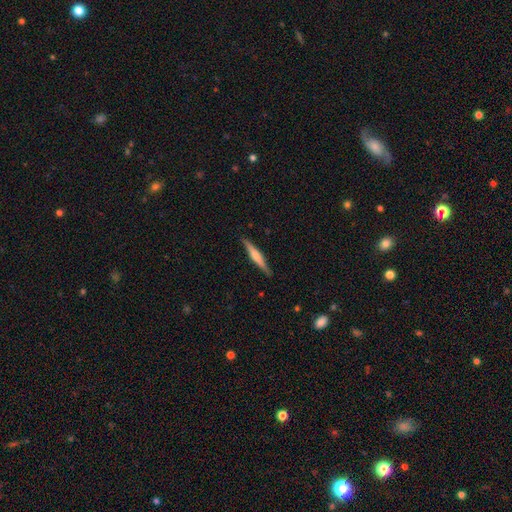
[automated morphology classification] A featured or disk galaxy (56%) viewed edge-on (98%) with a rounded central bulge (58%). Merging: none (89%).